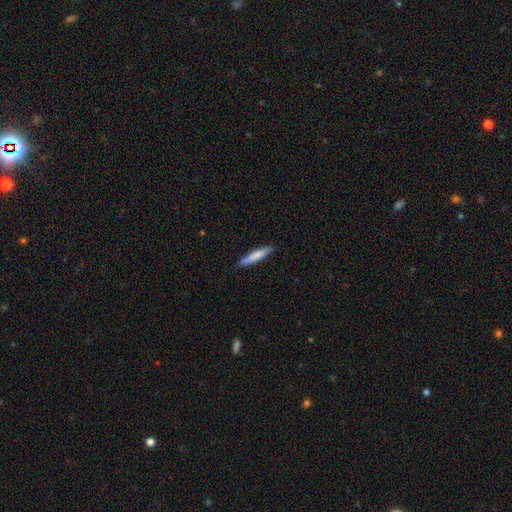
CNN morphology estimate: type=smooth (76%); roundness=cigar-shaped (89%); merging=none (85%).